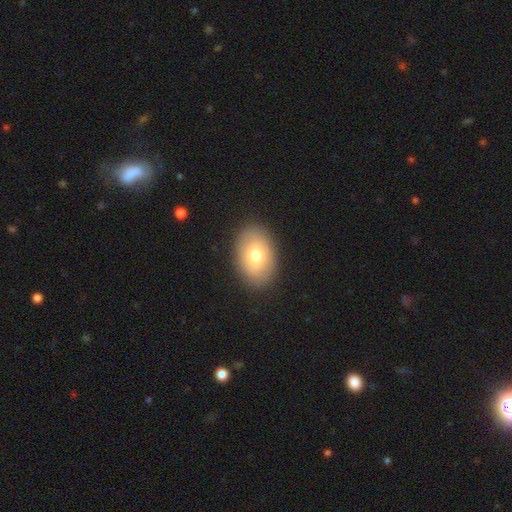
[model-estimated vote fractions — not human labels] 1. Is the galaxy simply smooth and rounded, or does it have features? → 73% smooth, 19% featured or disk, 8% star or artifact.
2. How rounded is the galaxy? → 86% in between, 13% round, 1% cigar-shaped.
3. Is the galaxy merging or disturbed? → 88% none, 8% minor disturbance, 3% major disturbance, 1% merger.